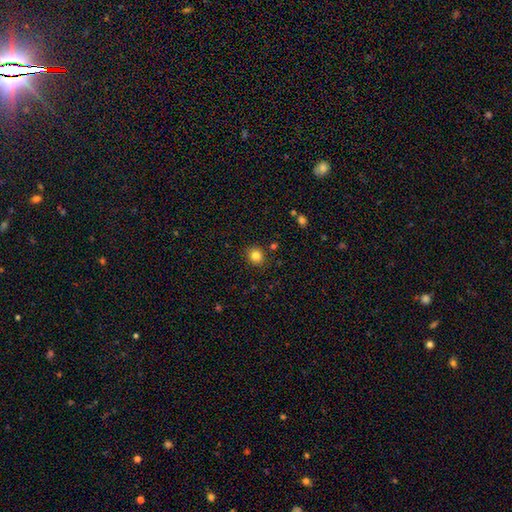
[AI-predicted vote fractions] Smooth or featured? Predicted: smooth (p=0.83). How rounded? Predicted: round (p=0.84). Merging? Predicted: none (p=0.89).